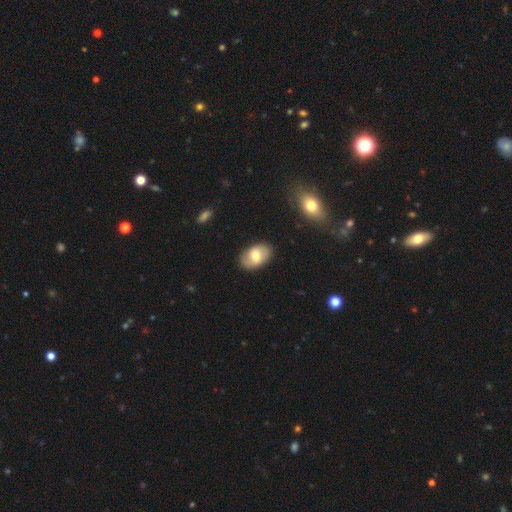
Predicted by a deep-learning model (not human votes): Smooth or featured? Predicted: smooth (p=0.65). How rounded? Predicted: in between (p=0.90). Merging? Predicted: none (p=0.85).